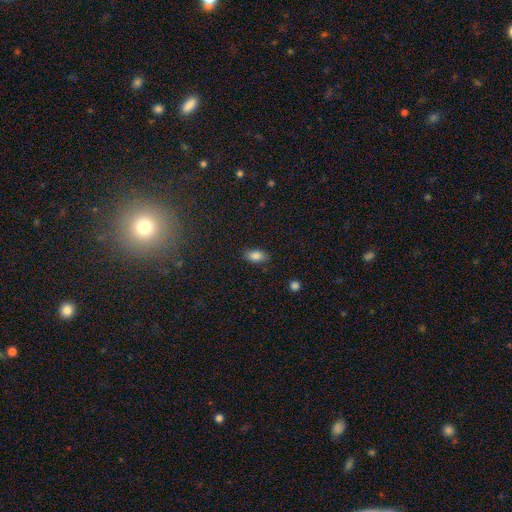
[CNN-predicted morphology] Smooth or featured: smooth — 84% (star or artifact — 9%)
How rounded: in between — 90% (round — 6%)
Merging: none — 85% (minor disturbance — 11%)